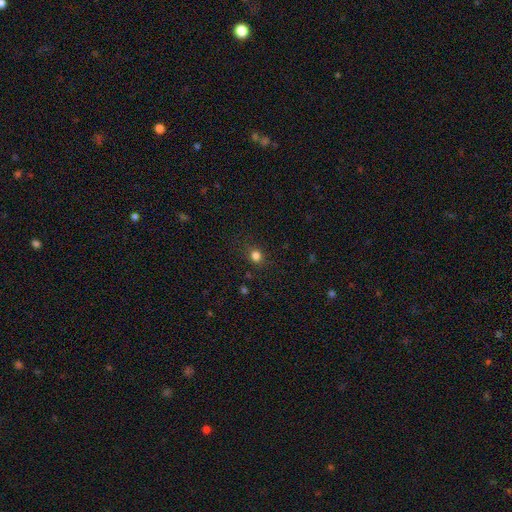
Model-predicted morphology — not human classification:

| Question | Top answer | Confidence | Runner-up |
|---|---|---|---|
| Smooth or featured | smooth | 80% | star or artifact (15%) |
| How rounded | round | 81% | in between (18%) |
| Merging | none | 85% | minor disturbance (10%) |